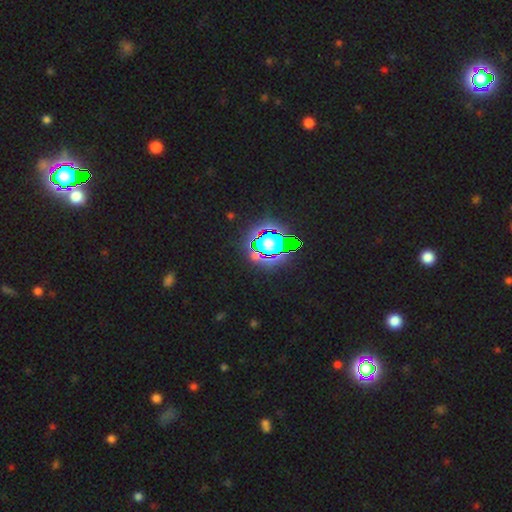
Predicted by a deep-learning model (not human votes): Overall: star or artifact (70%).